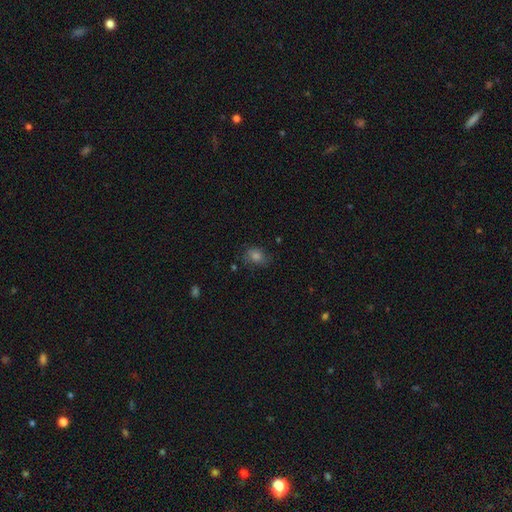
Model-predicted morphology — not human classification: smooth_or_featured: smooth (p=0.56) [alt: star or artifact p=0.25]
how_rounded: round (p=0.50) [alt: in between p=0.48]
merging: none (p=0.71) [alt: minor disturbance p=0.19]